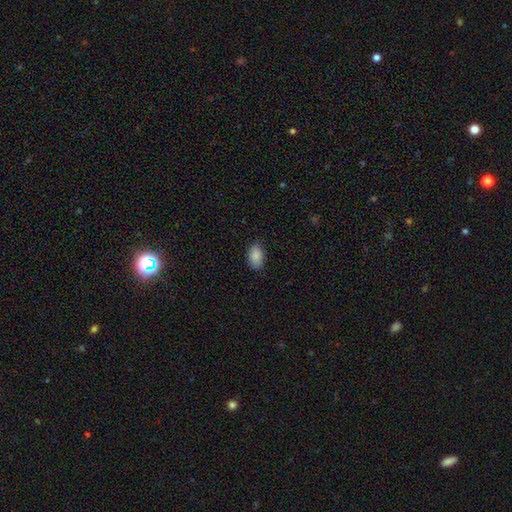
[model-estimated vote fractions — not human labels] Morphology: type=smooth (88%); roundness=in between (91%); merging=none (83%).